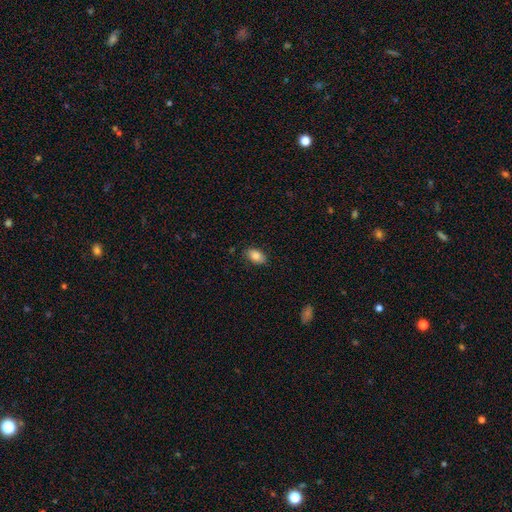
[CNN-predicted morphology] A smooth galaxy with no disk features (86%) that is in between round and cigar-shaped (89%). Merging: none (82%).